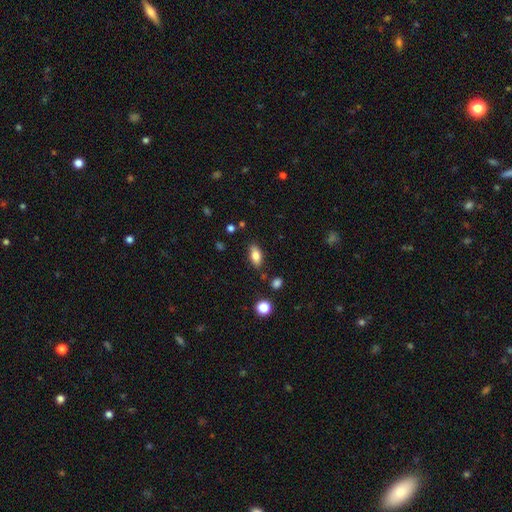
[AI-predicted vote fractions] This appears to be a smooth galaxy with no disk features (80%) that is in between round and cigar-shaped (87%). Merging: none (82%).